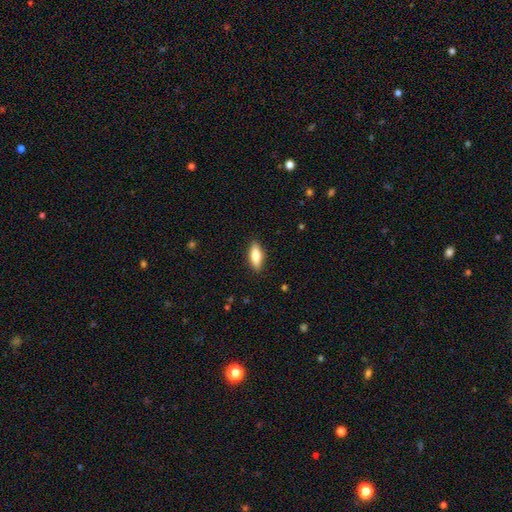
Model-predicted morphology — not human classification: type=smooth (77%); roundness=in between (69%); merging=none (88%).